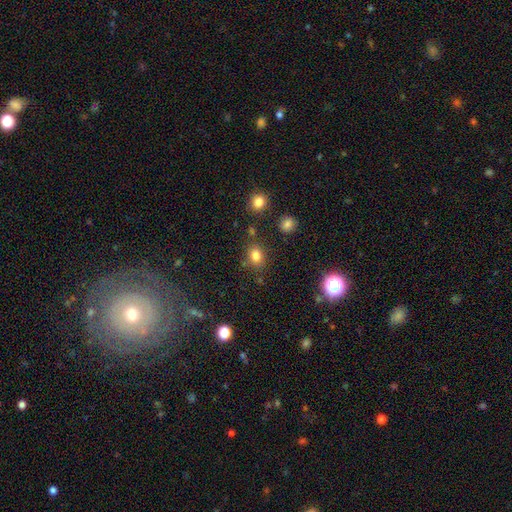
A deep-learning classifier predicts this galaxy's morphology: smooth-or-featured: smooth: 80% | star or artifact: 14% | featured or disk: 7%
  how-rounded: round: 54% | in between: 45% | cigar-shaped: 1%
  merging: none: 78% | minor disturbance: 12% | merger: 6% | major disturbance: 4%